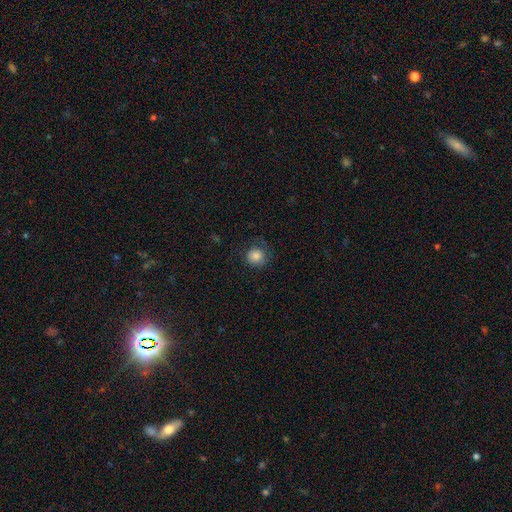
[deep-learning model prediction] smooth-or-featured: smooth: 83% | star or artifact: 10% | featured or disk: 8%
  how-rounded: round: 90% | in between: 9% | cigar-shaped: 1%
  merging: none: 75% | minor disturbance: 16% | major disturbance: 8% | merger: 1%